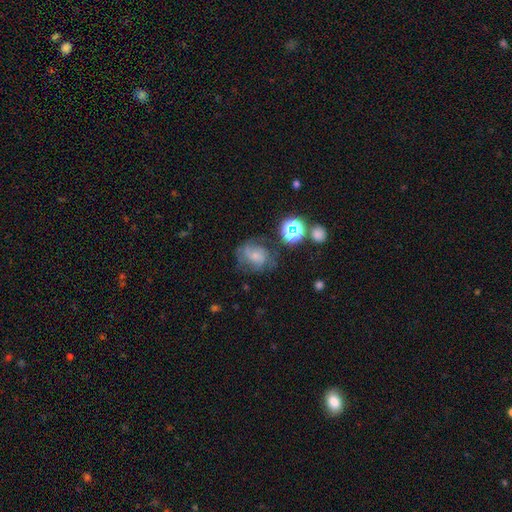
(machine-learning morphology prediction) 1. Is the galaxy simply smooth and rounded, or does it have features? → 48% featured or disk, 36% smooth, 15% star or artifact.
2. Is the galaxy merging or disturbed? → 52% none, 24% minor disturbance, 19% major disturbance, 4% merger.